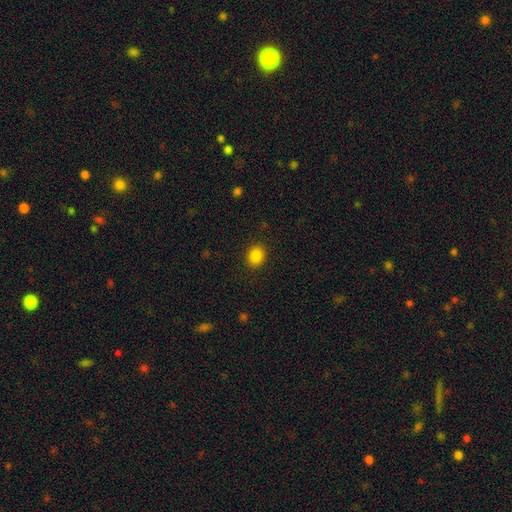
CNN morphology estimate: Smooth or featured: smooth — 85% (star or artifact — 11%)
How rounded: round — 67% (in between — 32%)
Merging: none — 89% (minor disturbance — 7%)